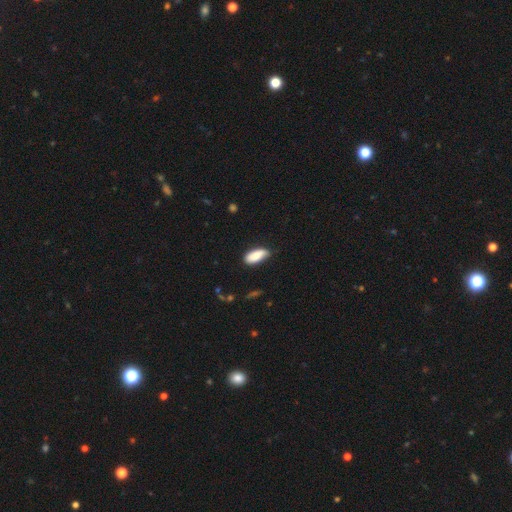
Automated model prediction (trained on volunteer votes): smooth_or_featured: smooth (p=0.84) [alt: featured or disk p=0.10]
how_rounded: in between (p=0.87) [alt: cigar-shaped p=0.11]
merging: none (p=0.68) [alt: minor disturbance p=0.26]